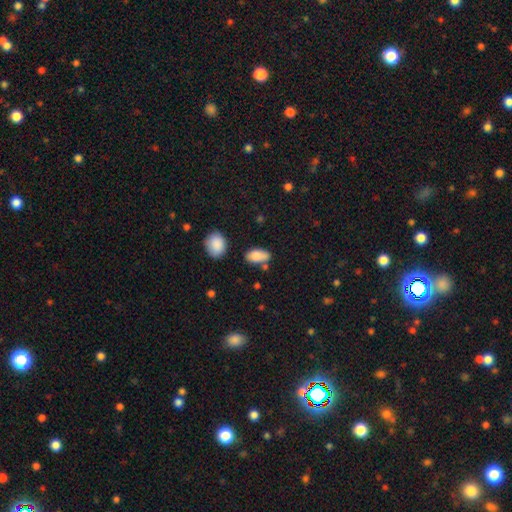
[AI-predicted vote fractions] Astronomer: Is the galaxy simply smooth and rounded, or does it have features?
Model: smooth — 84%.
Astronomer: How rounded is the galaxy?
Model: in between — 91%.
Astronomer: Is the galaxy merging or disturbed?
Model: none — 64%.